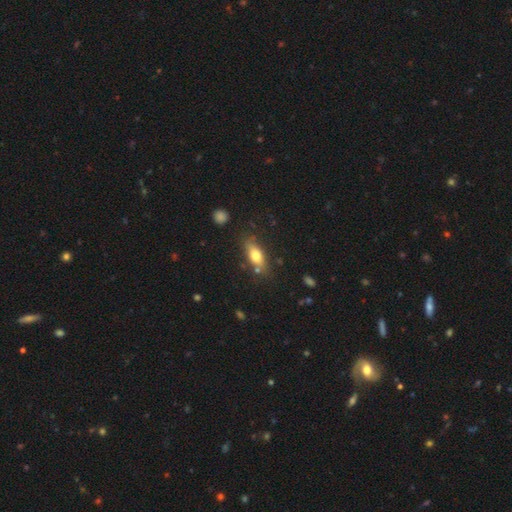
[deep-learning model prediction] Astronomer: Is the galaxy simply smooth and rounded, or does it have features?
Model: smooth — 72%.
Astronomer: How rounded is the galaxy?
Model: in between — 74%.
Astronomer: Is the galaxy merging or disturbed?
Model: none — 71%.